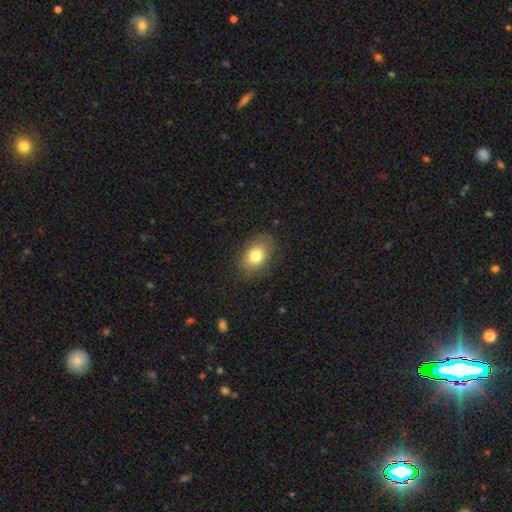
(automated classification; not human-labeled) smooth_or_featured: smooth (p=0.79) [alt: featured or disk p=0.12]
how_rounded: in between (p=0.79) [alt: round p=0.20]
merging: none (p=0.83) [alt: minor disturbance p=0.13]